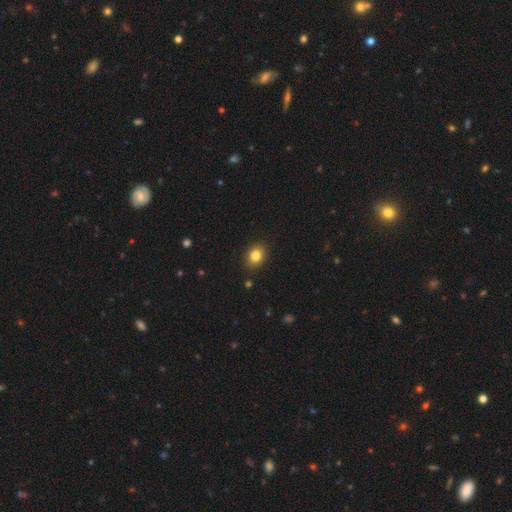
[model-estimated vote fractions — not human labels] Smooth or featured: smooth — 83% (star or artifact — 10%)
How rounded: in between — 58% (round — 41%)
Merging: none — 89% (minor disturbance — 8%)